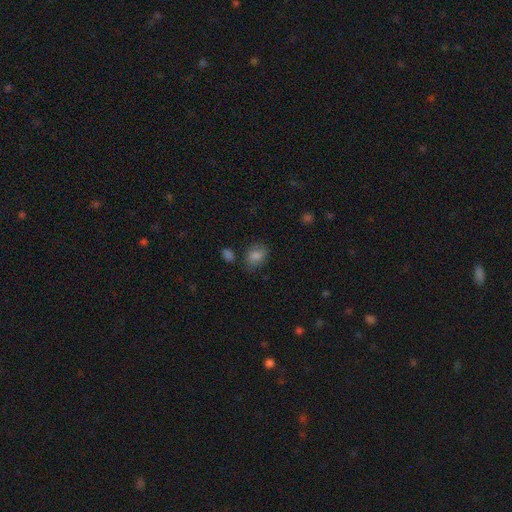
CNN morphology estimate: Overall: smooth (82%). How rounded: in between (64%; round 35%). Merging: none (74%).